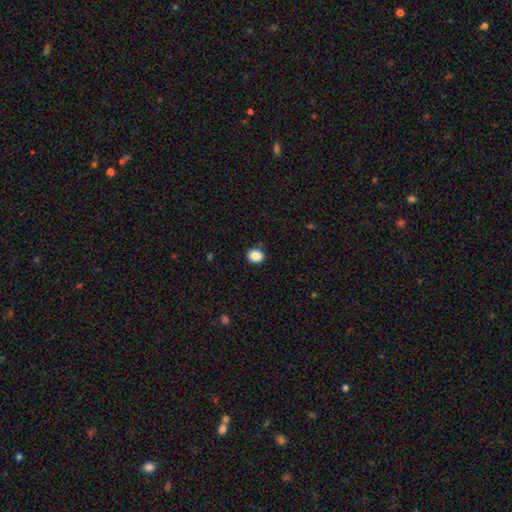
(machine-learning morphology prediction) A smooth galaxy with no disk features (88%) that is round (61%). Merging: none (89%).